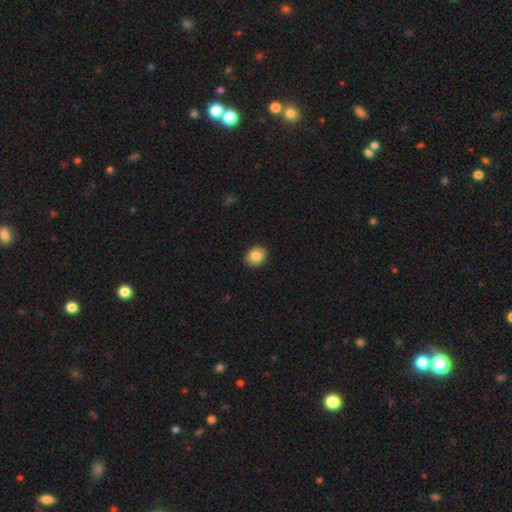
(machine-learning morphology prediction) smooth-or-featured: smooth: 84% | star or artifact: 9% | featured or disk: 7%
  how-rounded: round: 56% | in between: 43% | cigar-shaped: 1%
  merging: none: 90% | minor disturbance: 7% | major disturbance: 2% | merger: 1%